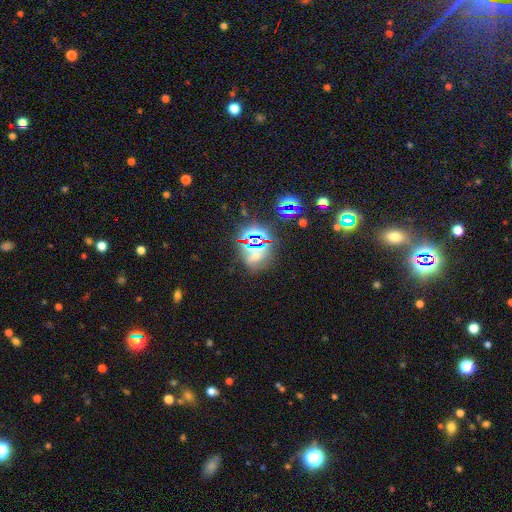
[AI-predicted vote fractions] Morphology: type=star or artifact (70%).